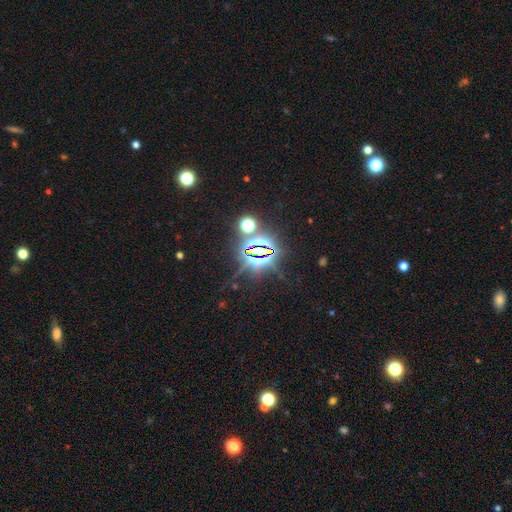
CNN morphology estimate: Q: Smooth or featured?
A: star or artifact (81%); runner-up: smooth (11%)